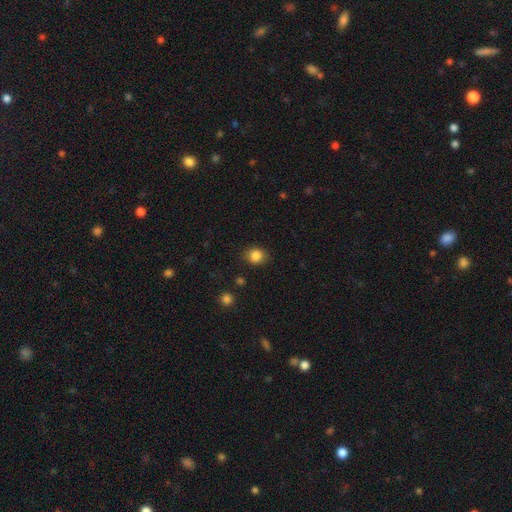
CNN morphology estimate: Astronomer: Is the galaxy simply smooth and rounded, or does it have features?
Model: smooth — 85%.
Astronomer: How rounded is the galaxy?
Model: round — 67%.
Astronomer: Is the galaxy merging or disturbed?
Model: none — 85%.